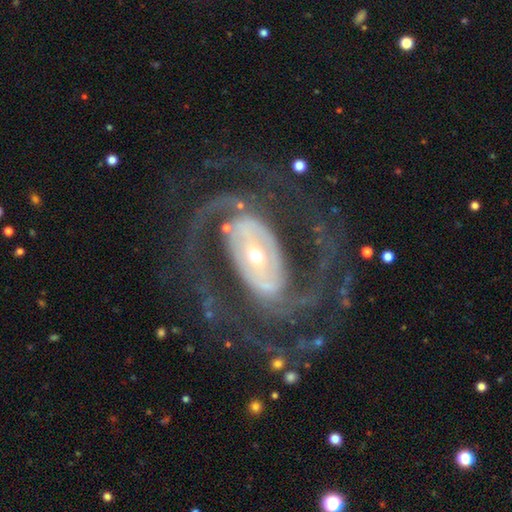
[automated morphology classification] Smooth or featured?
  - featured or disk: 92% *
  - star or artifact: 4%
  - smooth: 4%
Edge-on disk?
  - no: 97% *
  - yes: 3%
Bar?
  - strong: 38% *
  - weak: 32%
  - no: 30%
Spiral arms?
  - yes: 97% *
  - no: 3%
Spiral winding?
  - medium: 51% *
  - tight: 32%
  - loose: 17%
Spiral arm count?
  - 2: 70% *
  - 3: 9%
  - can't tell: 8%
  - 4: 5%
  - 1: 4%
  - more than 4: 4%
Bulge size?
  - small: 52% *
  - moderate: 40%
  - large: 6%
  - dominant: 1%
  - none: 1%
Merging?
  - none: 70% *
  - major disturbance: 16%
  - minor disturbance: 12%
  - merger: 2%